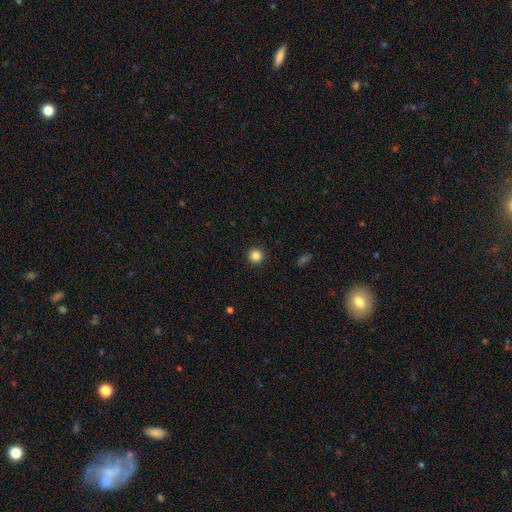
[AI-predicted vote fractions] Q: Smooth or featured?
A: smooth (85%); runner-up: star or artifact (11%)
Q: How rounded?
A: round (96%); runner-up: in between (4%)
Q: Merging?
A: none (93%); runner-up: minor disturbance (4%)